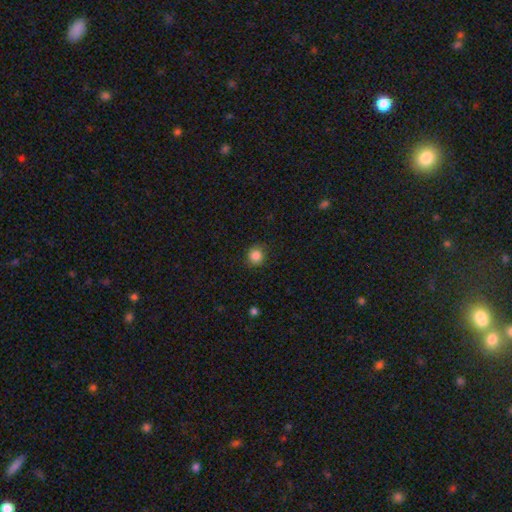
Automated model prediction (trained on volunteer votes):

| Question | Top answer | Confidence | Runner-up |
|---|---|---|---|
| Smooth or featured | smooth | 86% | star or artifact (11%) |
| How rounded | round | 90% | in between (9%) |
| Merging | none | 88% | minor disturbance (8%) |